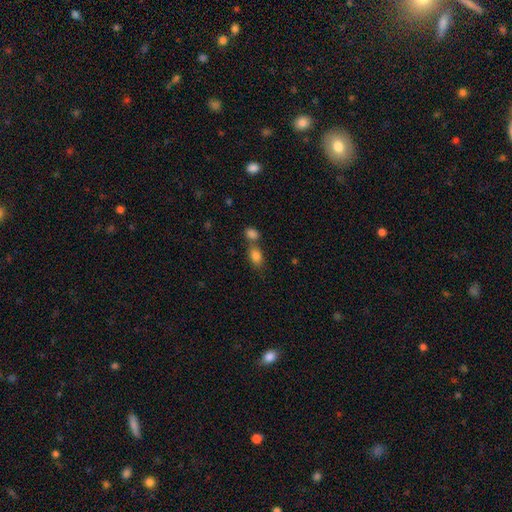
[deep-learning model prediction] A smooth galaxy with no disk features (83%) that is in between round and cigar-shaped (80%). Merging: none (46%).